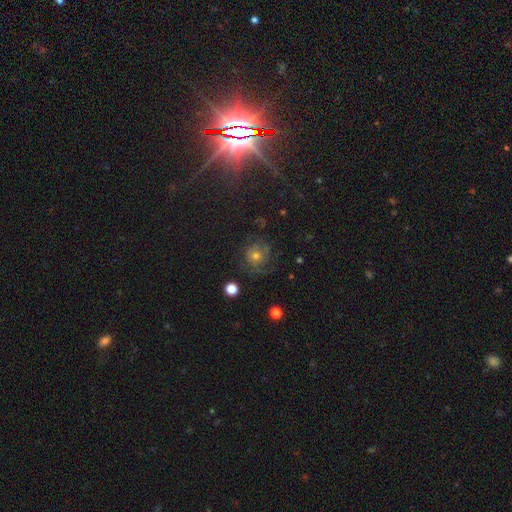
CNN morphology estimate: Smooth or featured? Predicted: featured or disk (p=0.45). Merging? Predicted: none (p=0.69).